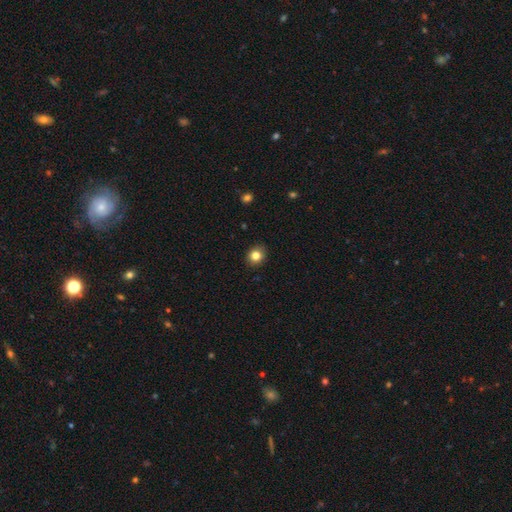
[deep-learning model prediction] Smooth or featured? smooth (82%)
How rounded? round (73%)
Merging? none (90%)